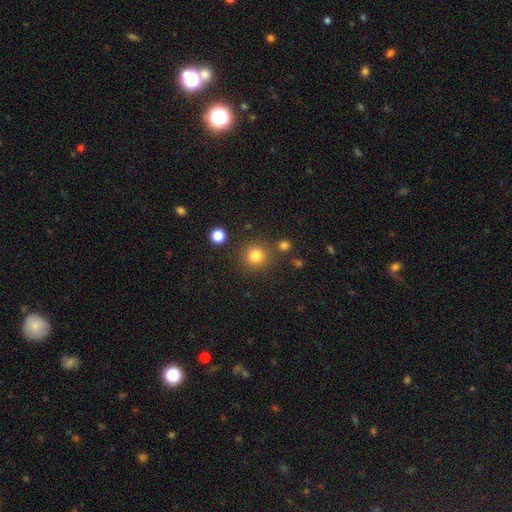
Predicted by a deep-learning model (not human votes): The model was most divided on "smooth or featured": smooth: 82%, star or artifact: 13%, featured or disk: 5%. More confident: how rounded — round (93%); merging — none (84%).